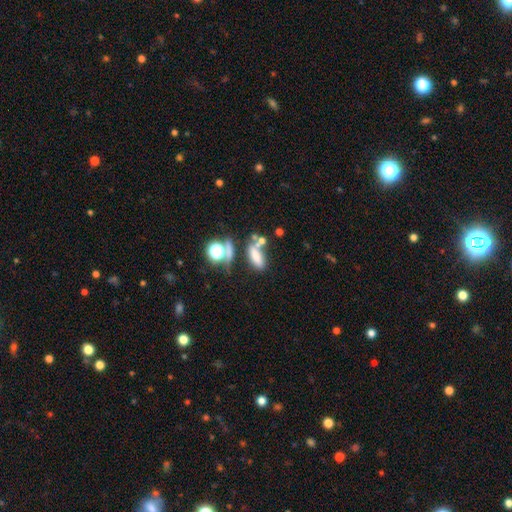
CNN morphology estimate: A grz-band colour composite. It shows a smooth galaxy with no disk features (66%) that is in between round and cigar-shaped (56%). Merging: none (47%).